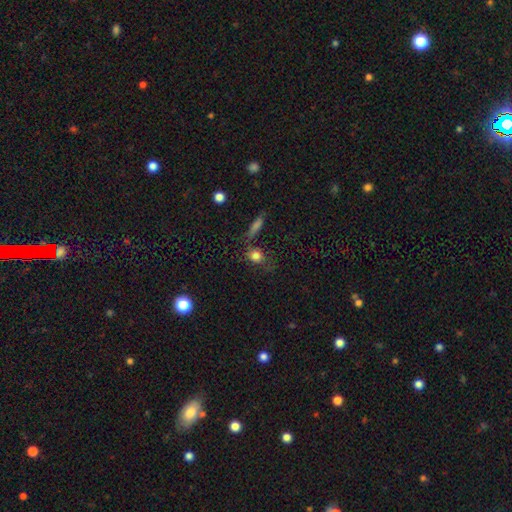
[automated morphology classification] smooth_or_featured: smooth (p=0.77) [alt: star or artifact p=0.14]
how_rounded: round (p=0.62) [alt: in between p=0.33]
merging: none (p=0.63) [alt: minor disturbance p=0.18]